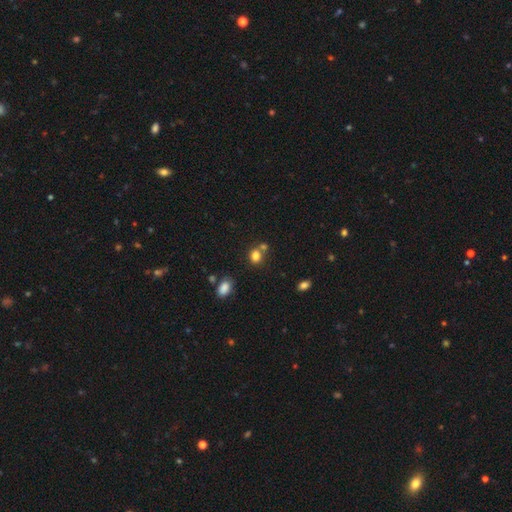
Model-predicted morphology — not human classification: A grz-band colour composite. It shows a smooth galaxy with no disk features (80%) that is round (70%). Merging: none (57%).